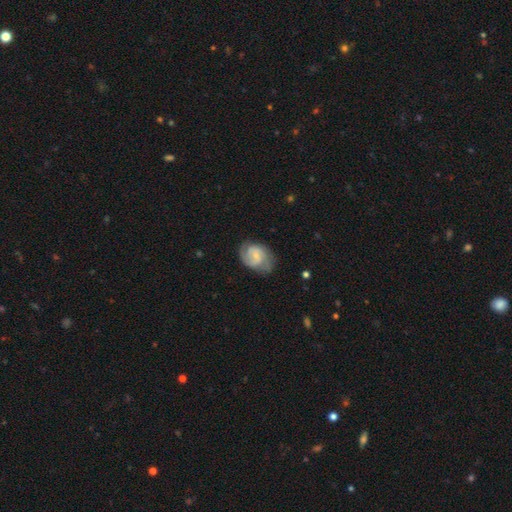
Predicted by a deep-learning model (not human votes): This appears to be a featured or disk galaxy (73%) with no bar (46%, tied with weak), 2 (73%) medium (47%) spiral arms (93%) and a small central bulge (65%). Merging: none (66%).